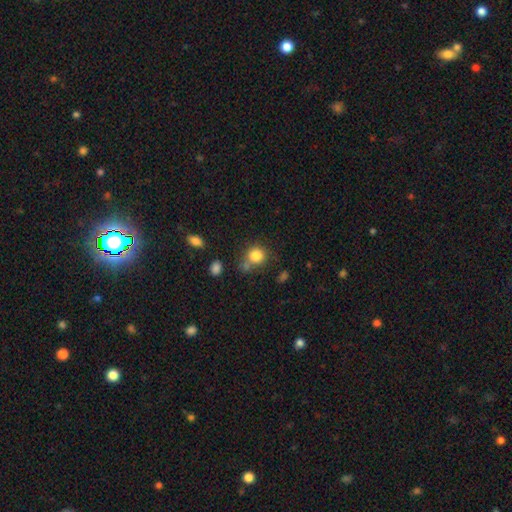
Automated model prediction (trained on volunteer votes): This is clearly a smooth galaxy (83%). How rounded: clearly round (83%). Merging: likely none (61%).